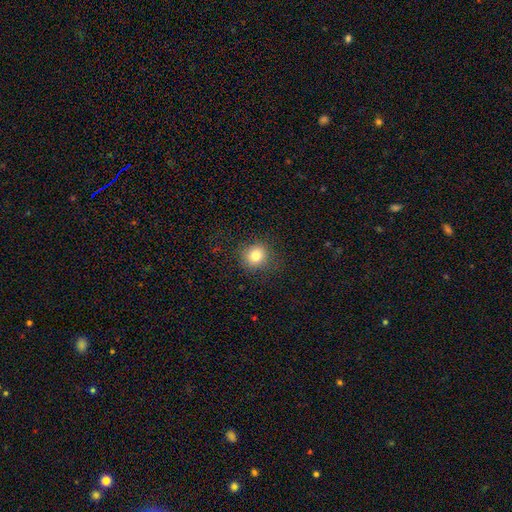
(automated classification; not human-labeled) Smooth or featured? smooth (80%)
How rounded? round (89%)
Merging? none (87%)